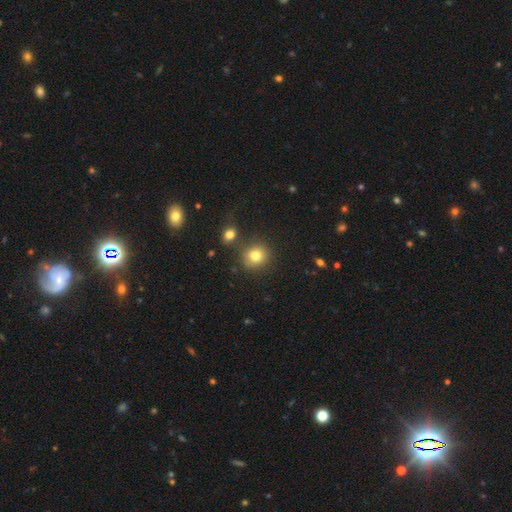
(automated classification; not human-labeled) This is likely a smooth galaxy (80%). How rounded: clearly round (82%). Merging: likely none (78%).